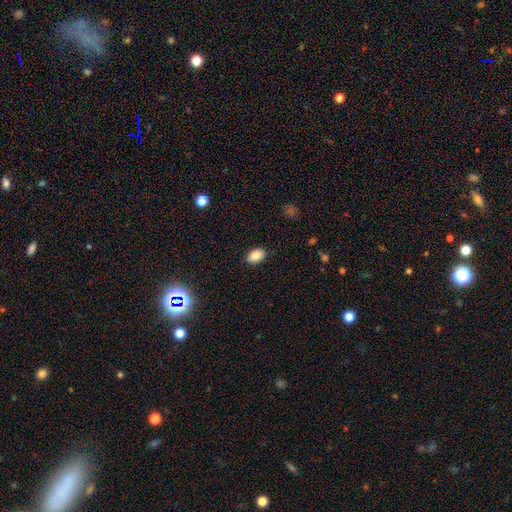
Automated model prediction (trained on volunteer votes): Smooth or featured? Predicted: smooth (p=0.88). How rounded? Predicted: in between (p=0.90). Merging? Predicted: none (p=0.87).